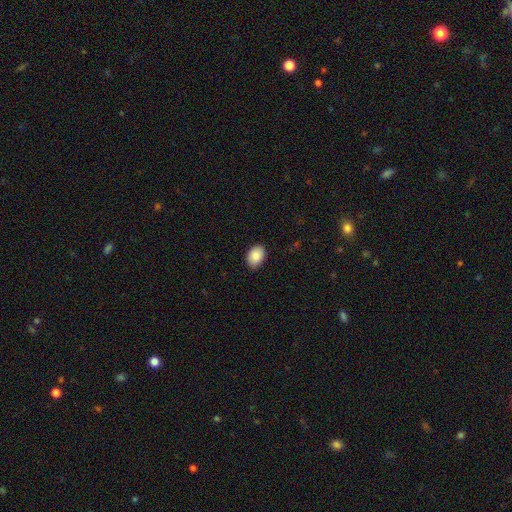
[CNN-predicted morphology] smooth 87%, star or artifact 7%, featured or disk 6%. Down the decision tree: how rounded — in between (79%); merging — none (87%).